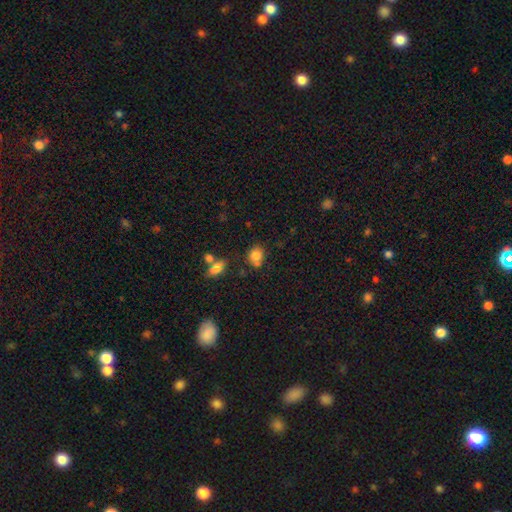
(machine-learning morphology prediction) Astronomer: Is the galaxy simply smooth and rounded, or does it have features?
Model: smooth — 80%.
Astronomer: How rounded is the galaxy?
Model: round — 64%.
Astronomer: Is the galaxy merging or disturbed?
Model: none — 59%.